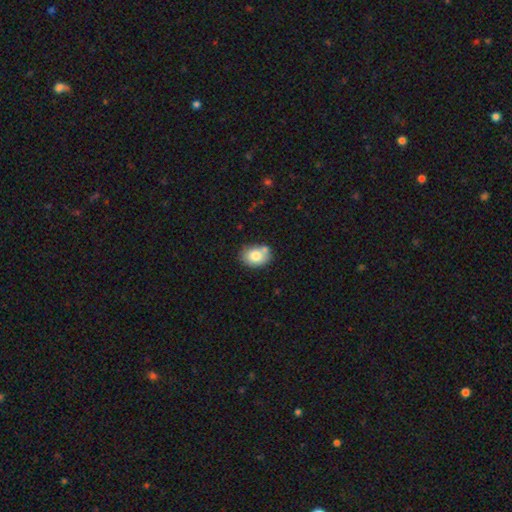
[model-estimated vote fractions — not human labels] Smooth or featured? smooth (80%)
How rounded? in between (66%)
Merging? none (65%)